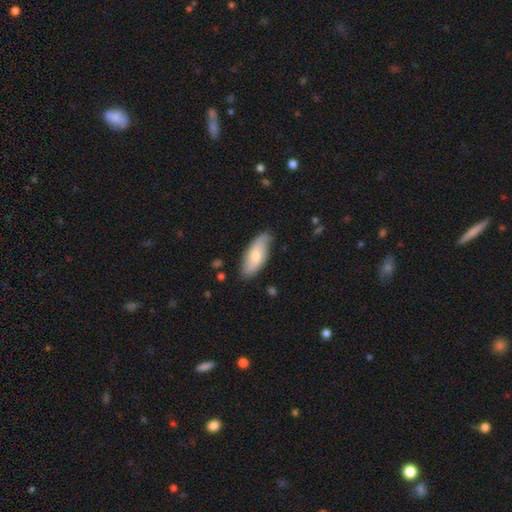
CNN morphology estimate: This appears to be a smooth galaxy with no disk features (65%) that is in between round and cigar-shaped (83%). Merging: none (74%).